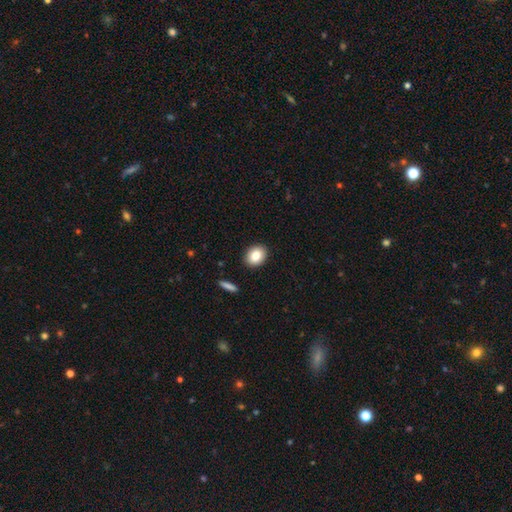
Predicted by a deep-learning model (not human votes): Smooth or featured? Predicted: smooth (p=0.84). How rounded? Predicted: in between (p=0.58). Merging? Predicted: none (p=0.91).